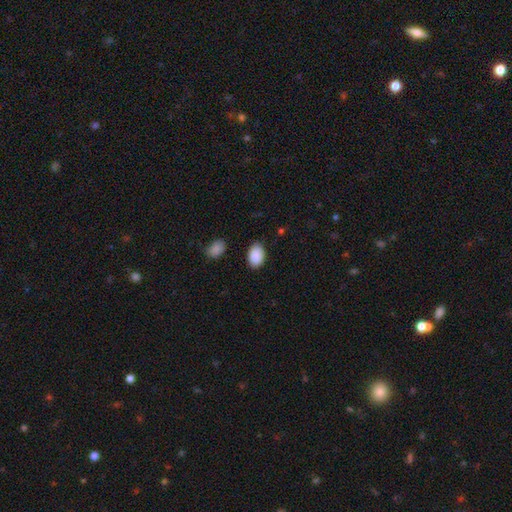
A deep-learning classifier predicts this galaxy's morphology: This is clearly a smooth galaxy (90%). How rounded: clearly in between (87%). Merging: clearly none (83%).